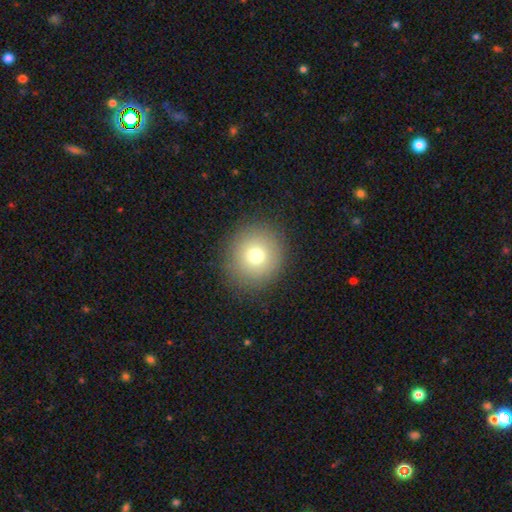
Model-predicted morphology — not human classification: A smooth galaxy with no disk features (76%) that is round (89%). Merging: none (89%).